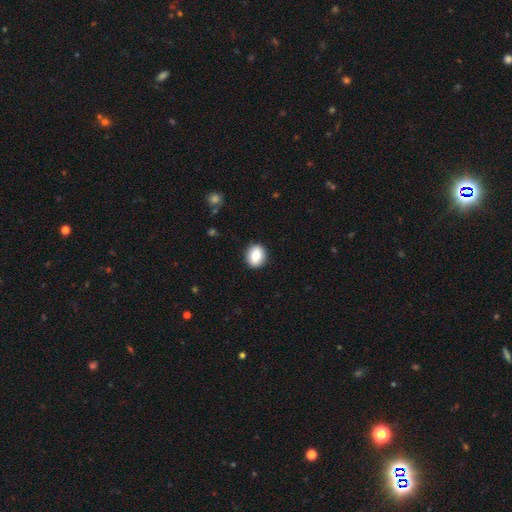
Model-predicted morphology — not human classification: This appears to be a smooth galaxy with no disk features (79%) that is round (65%). Merging: none (90%).